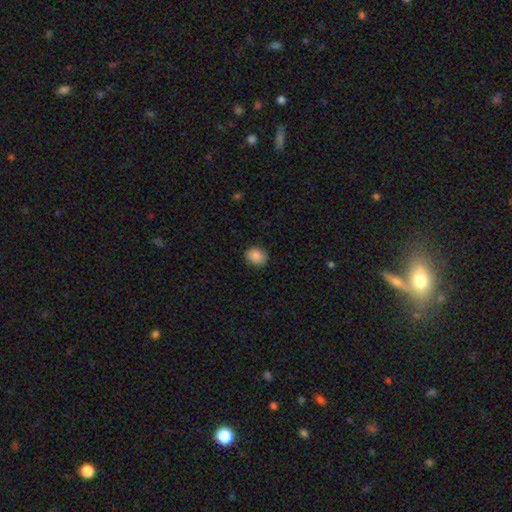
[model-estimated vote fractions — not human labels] Smooth or featured: smooth — 86% (star or artifact — 8%)
How rounded: round — 53% (in between — 46%)
Merging: none — 87% (minor disturbance — 10%)